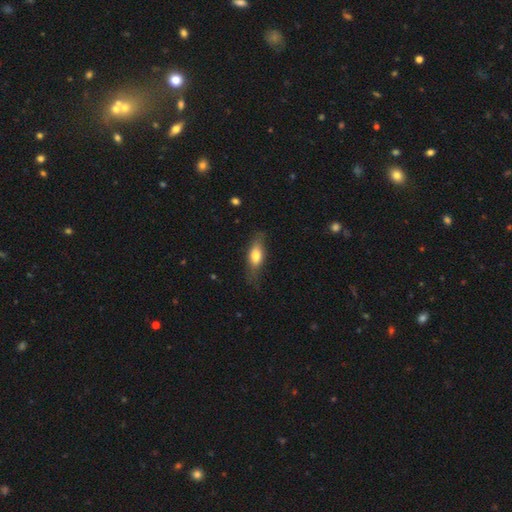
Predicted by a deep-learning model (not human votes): smooth 70%, featured or disk 24%, star or artifact 7%. Down the decision tree: how rounded — in between (70%); merging — none (65%).